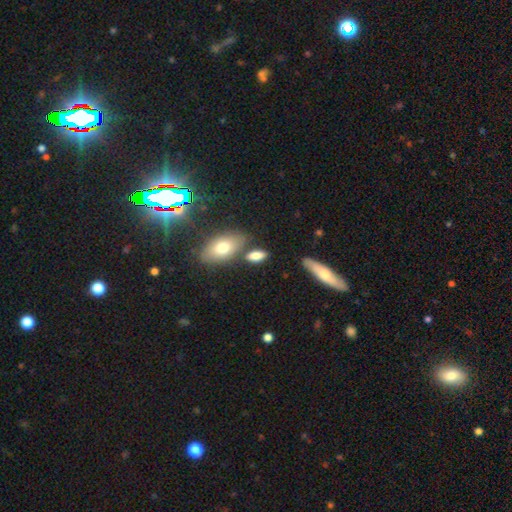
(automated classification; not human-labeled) smooth-or-featured: smooth: 79% | featured or disk: 12% | star or artifact: 9%
  how-rounded: in between: 84% | cigar-shaped: 10% | round: 6%
  merging: none: 67% | minor disturbance: 15% | merger: 14% | major disturbance: 5%